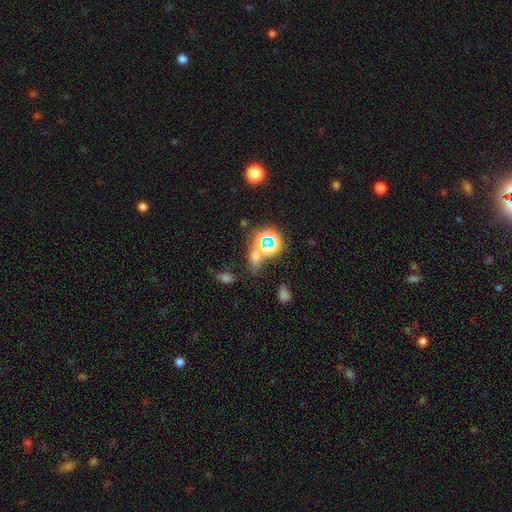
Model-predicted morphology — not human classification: smooth-or-featured: star or artifact: 49% | smooth: 40% | featured or disk: 10%